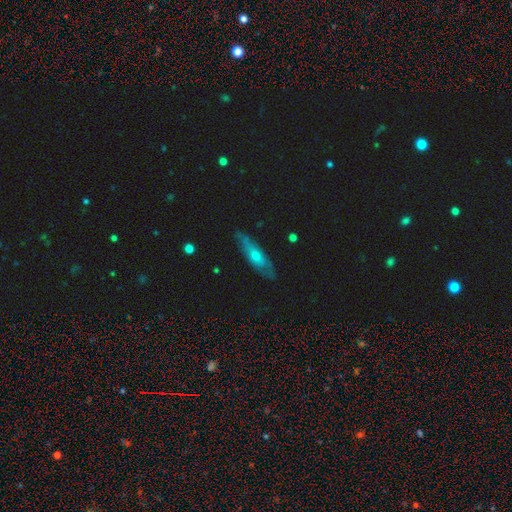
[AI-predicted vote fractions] A featured or disk galaxy (58%) viewed edge-on (52%).

Vote fractions:
- Smooth or featured? featured or disk: 58% / smooth: 35% / star or artifact: 7%
- Edge-on disk? yes: 52% / no: 48%
- Merging? none: 78% / minor disturbance: 18% / major disturbance: 3% / merger: 1%